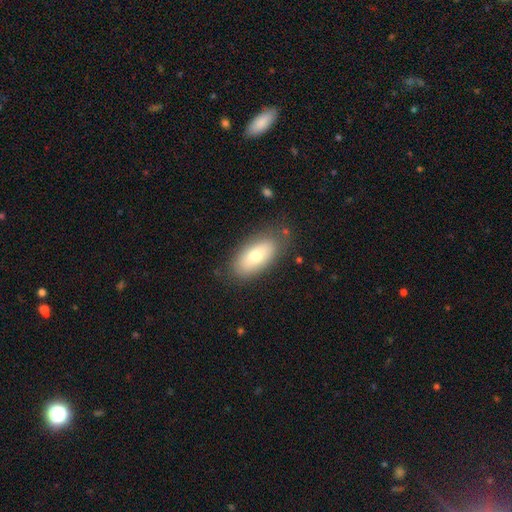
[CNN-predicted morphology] Smooth or featured?
  - smooth: 71% *
  - featured or disk: 22%
  - star or artifact: 7%
How rounded?
  - in between: 90% *
  - cigar-shaped: 7%
  - round: 3%
Merging?
  - none: 79% *
  - minor disturbance: 15%
  - major disturbance: 4%
  - merger: 2%